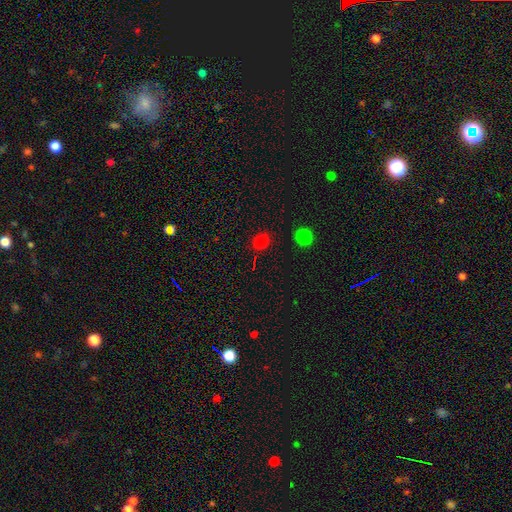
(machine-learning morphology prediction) This is possibly a smooth galaxy (53%). How rounded: likely round (78%). Merging: clearly none (83%).